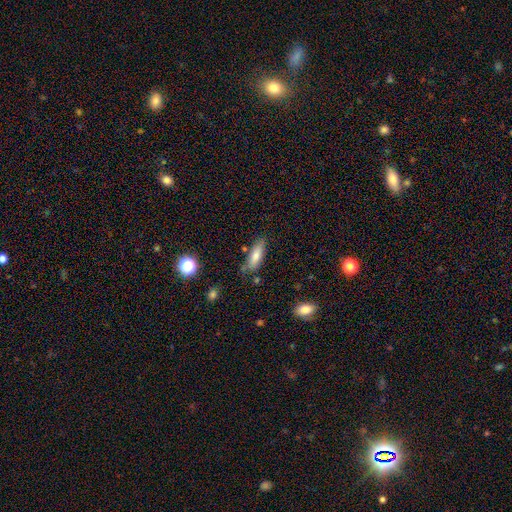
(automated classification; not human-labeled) A smooth galaxy with no disk features (77%) that is in between round and cigar-shaped (50%).

Vote fractions:
- Smooth or featured? smooth: 77% / featured or disk: 15% / star or artifact: 8%
- How rounded? in between: 50% / cigar-shaped: 48% / round: 2%
- Merging? none: 71% / minor disturbance: 19% / merger: 6% / major disturbance: 4%